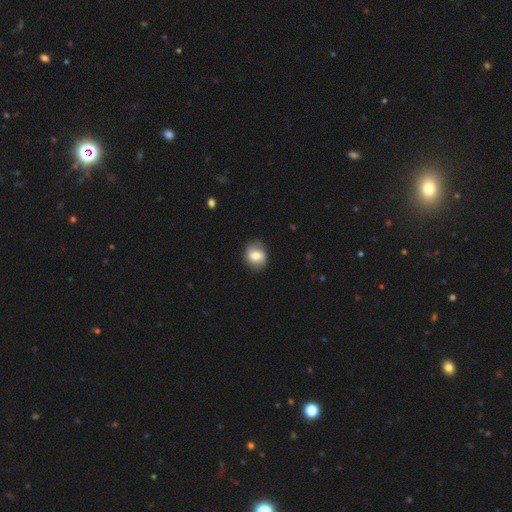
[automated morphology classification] Smooth or featured: smooth — 66% (featured or disk — 26%)
How rounded: round — 57% (in between — 42%)
Merging: none — 80% (minor disturbance — 14%)